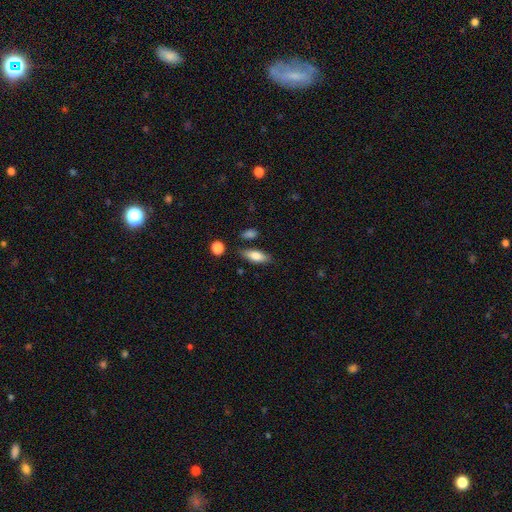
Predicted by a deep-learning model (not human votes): A smooth galaxy with no disk features (77%) that is in between round and cigar-shaped (74%). Merging: none (79%).